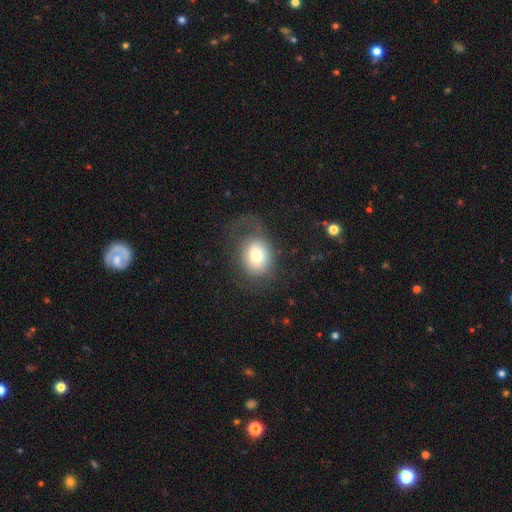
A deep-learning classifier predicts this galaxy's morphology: Smooth or featured? Predicted: smooth (p=0.68). How rounded? Predicted: round (p=0.52). Merging? Predicted: none (p=0.48).